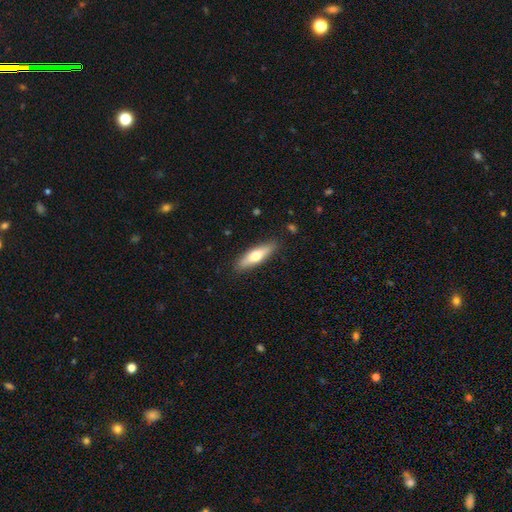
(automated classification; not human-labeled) This appears to be a smooth galaxy with no disk features (59%) that is cigar-shaped (64%). Merging: none (87%).